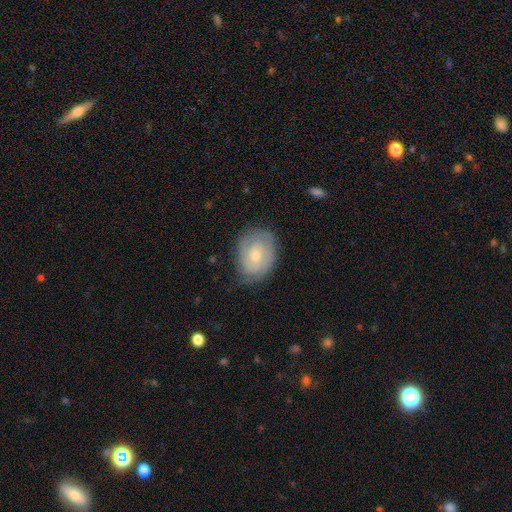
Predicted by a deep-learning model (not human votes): Q: Smooth or featured?
A: featured or disk (66%); runner-up: smooth (27%)
Q: Edge-on disk?
A: no (97%); runner-up: yes (3%)
Q: Bar?
A: no (71%); runner-up: weak (26%)
Q: Spiral arms?
A: yes (88%); runner-up: no (12%)
Q: Spiral winding?
A: tight (68%); runner-up: medium (25%)
Q: Spiral arm count?
A: 2 (41%); runner-up: can't tell (35%)
Q: Bulge size?
A: small (55%); runner-up: moderate (41%)
Q: Merging?
A: none (72%); runner-up: minor disturbance (21%)